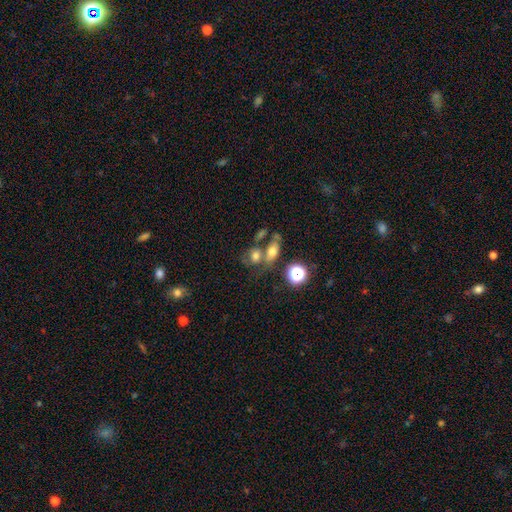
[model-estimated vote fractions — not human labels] Q: Smooth or featured?
A: smooth (64%); runner-up: featured or disk (20%)
Q: How rounded?
A: in between (55%); runner-up: round (42%)
Q: Merging?
A: merger (45%); runner-up: none (36%)